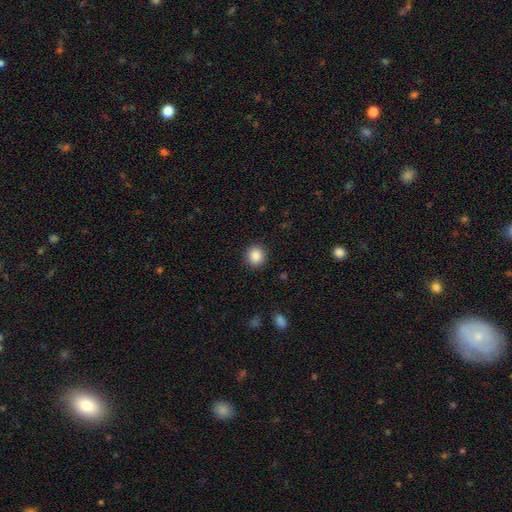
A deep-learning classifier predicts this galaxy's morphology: Smooth or featured?
  - smooth: 87% *
  - star or artifact: 9%
  - featured or disk: 4%
How rounded?
  - round: 88% *
  - in between: 11%
  - cigar-shaped: 1%
Merging?
  - none: 91% *
  - minor disturbance: 6%
  - major disturbance: 2%
  - merger: 1%